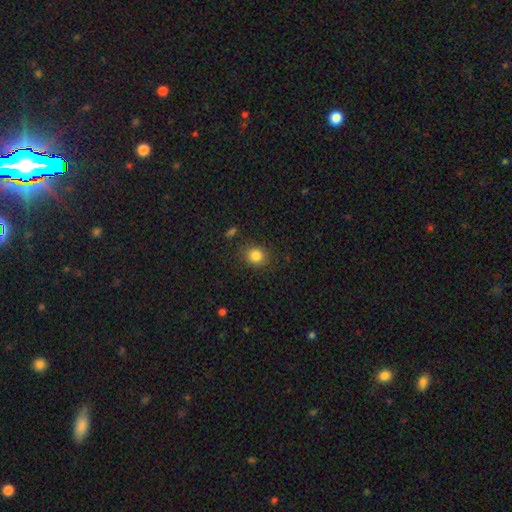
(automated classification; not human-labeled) Morphology: type=smooth (84%); roundness=round (77%); merging=none (85%).